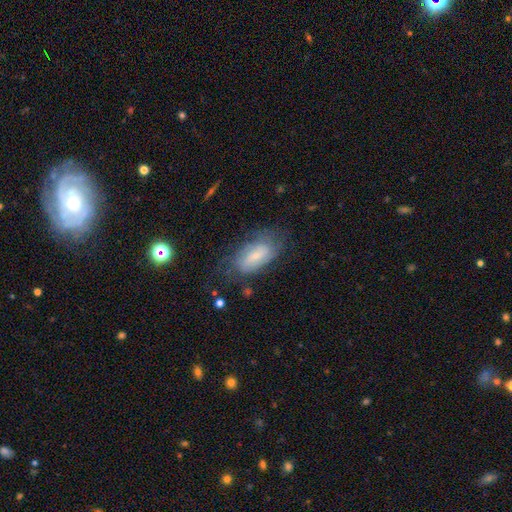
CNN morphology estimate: Q: Smooth or featured?
A: smooth (47%); runner-up: featured or disk (44%)
Q: Merging?
A: none (59%); runner-up: minor disturbance (25%)